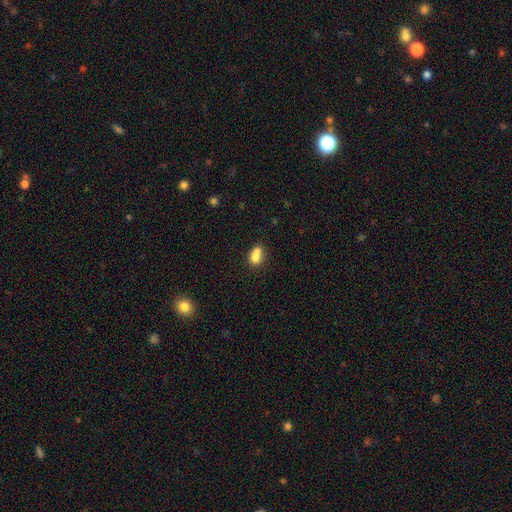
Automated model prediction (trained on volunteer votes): Smooth or featured: smooth — 73% (featured or disk — 17%)
How rounded: in between — 58% (round — 40%)
Merging: merger — 56% (none — 29%)